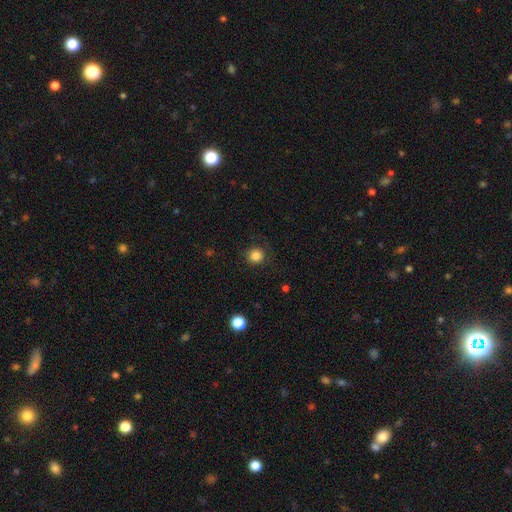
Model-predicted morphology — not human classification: A smooth galaxy with no disk features (84%) that is round (93%). Merging: none (88%).